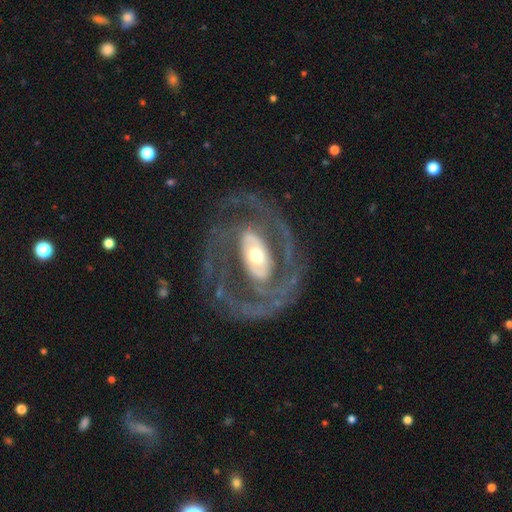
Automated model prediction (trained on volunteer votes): Smooth or featured?
  - featured or disk: 88% *
  - smooth: 7%
  - star or artifact: 5%
Edge-on disk?
  - no: 95% *
  - yes: 5%
Bar?
  - no: 52% *
  - weak: 25%
  - strong: 23%
Spiral arms?
  - yes: 91% *
  - no: 9%
Spiral winding?
  - medium: 42% *
  - tight: 38%
  - loose: 19%
Spiral arm count?
  - 2: 60% *
  - can't tell: 13%
  - 3: 11%
  - 1: 6%
  - 4: 5%
  - more than 4: 5%
Bulge size?
  - moderate: 63% *
  - large: 19%
  - small: 14%
  - dominant: 2%
  - none: 1%
Merging?
  - none: 70% *
  - major disturbance: 15%
  - minor disturbance: 13%
  - merger: 2%